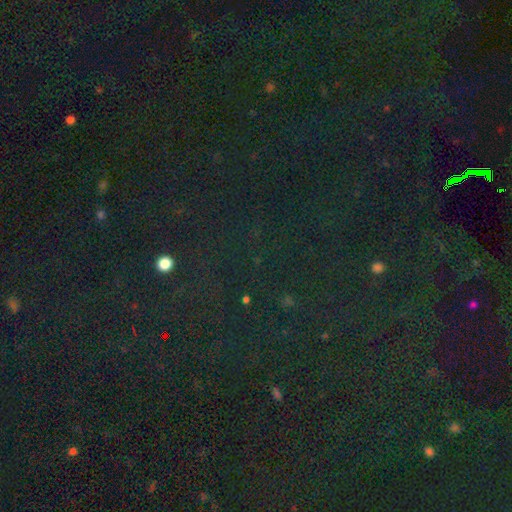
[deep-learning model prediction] Smooth or featured? Predicted: star or artifact (p=0.80).